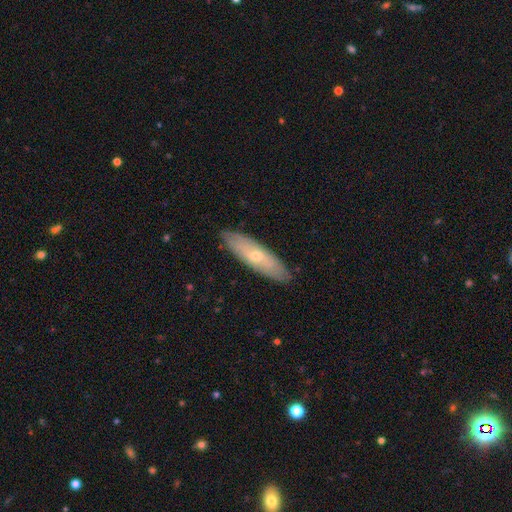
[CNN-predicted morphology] Overall: smooth (49%; featured or disk 45%). Merging: none (87%).